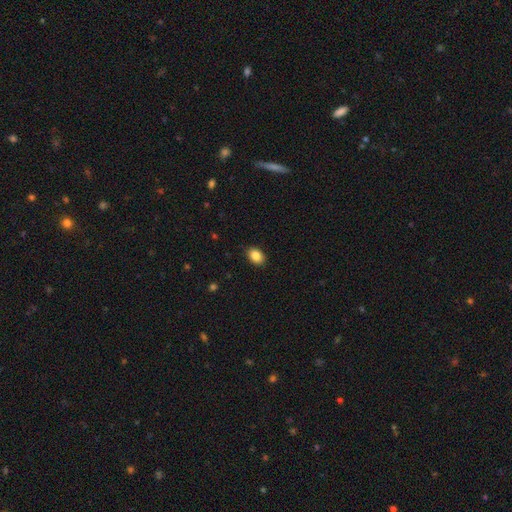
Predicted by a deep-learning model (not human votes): A smooth galaxy with no disk features (87%) that is in between round and cigar-shaped (81%). Merging: none (89%).